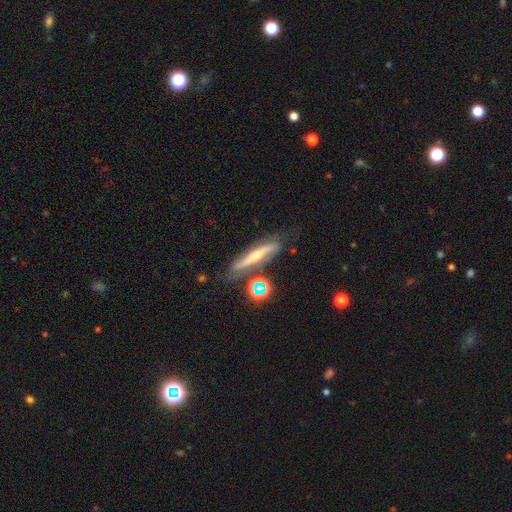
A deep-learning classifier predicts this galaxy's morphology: This is likely a featured or disk galaxy (71%). It is likely viewed edge-on (68%). Merging: likely none (64%).